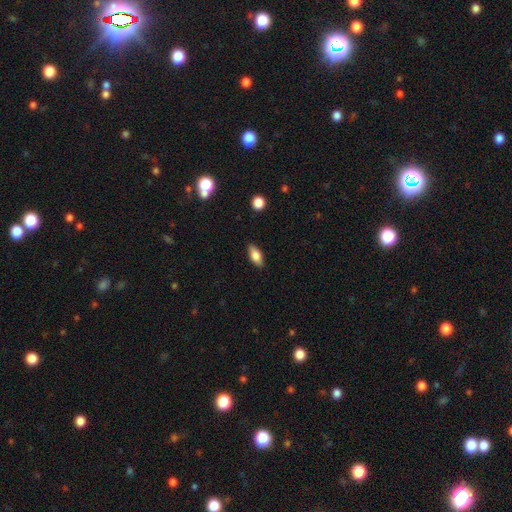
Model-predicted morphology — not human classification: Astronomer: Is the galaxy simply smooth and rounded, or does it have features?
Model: smooth — 79%.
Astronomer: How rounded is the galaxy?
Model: in between — 86%.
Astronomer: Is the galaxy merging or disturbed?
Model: none — 87%.